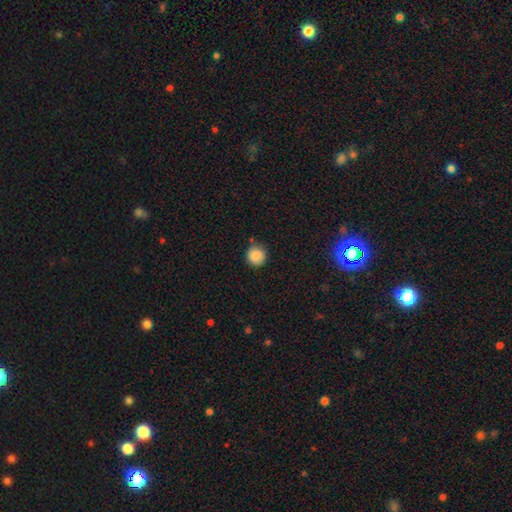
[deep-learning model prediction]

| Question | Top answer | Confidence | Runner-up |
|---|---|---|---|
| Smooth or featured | smooth | 88% | star or artifact (9%) |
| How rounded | round | 94% | in between (6%) |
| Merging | none | 83% | minor disturbance (11%) |